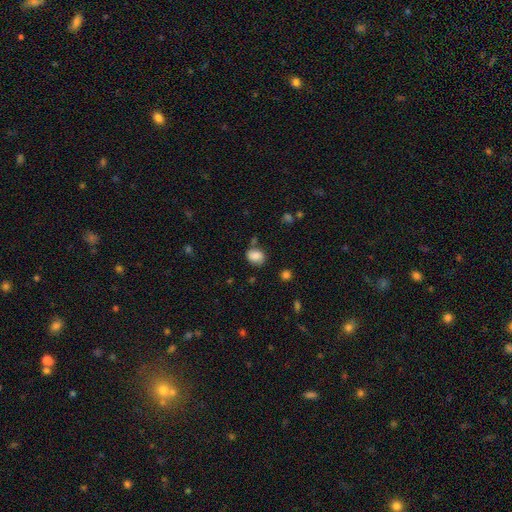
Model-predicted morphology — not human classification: Overall: smooth (81%). How rounded: in between (56%; round 43%). Merging: none (66%).